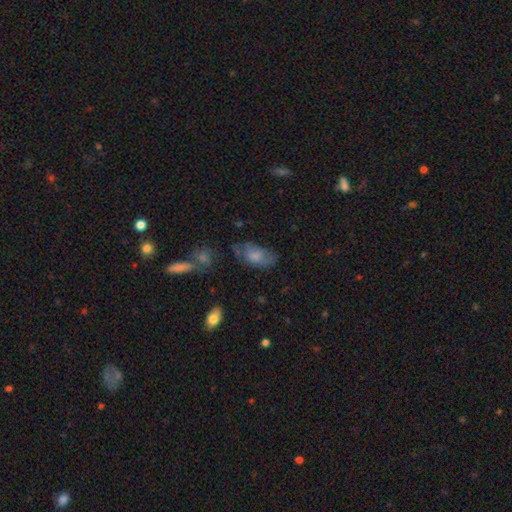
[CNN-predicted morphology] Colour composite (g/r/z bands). It shows a smooth galaxy with no disk features (69%) that is in between round and cigar-shaped (91%). Merging: none (53%).